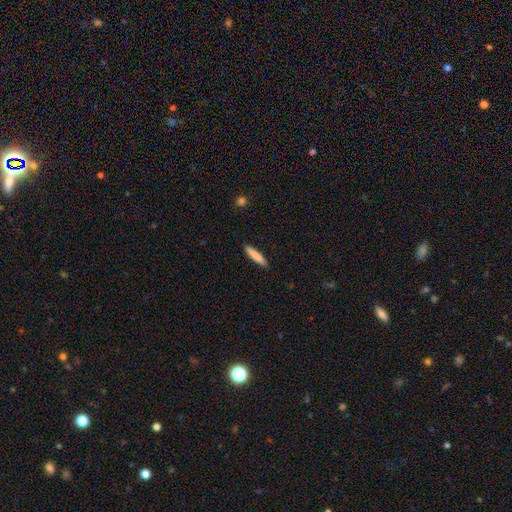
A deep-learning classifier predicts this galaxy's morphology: The model was most divided on "smooth or featured": smooth: 82%, featured or disk: 12%, star or artifact: 6%. More confident: merging — none (90%); how rounded — cigar-shaped (89%).